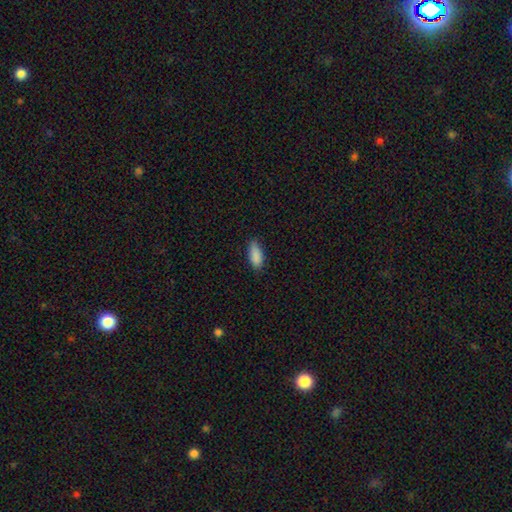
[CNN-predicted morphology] Smooth or featured: smooth — 88% (star or artifact — 7%)
How rounded: in between — 79% (cigar-shaped — 19%)
Merging: none — 76% (minor disturbance — 20%)